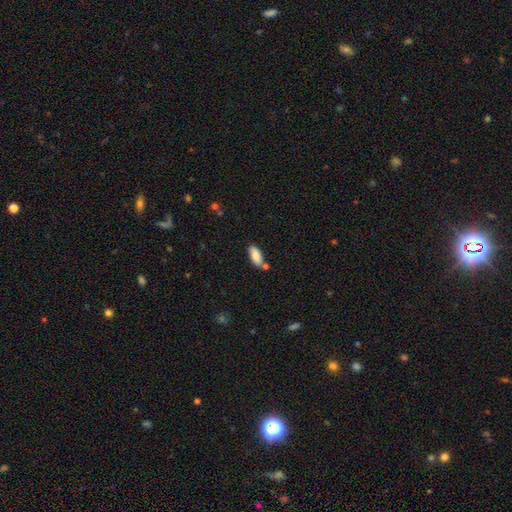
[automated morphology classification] Smooth or featured?
  - smooth: 84% *
  - featured or disk: 10%
  - star or artifact: 7%
How rounded?
  - in between: 81% *
  - cigar-shaped: 17%
  - round: 2%
Merging?
  - none: 65% *
  - minor disturbance: 16%
  - merger: 15%
  - major disturbance: 3%